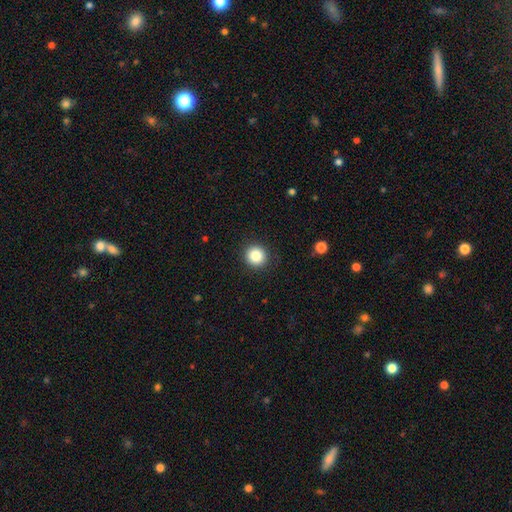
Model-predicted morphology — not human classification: smooth 85%, star or artifact 10%, featured or disk 5%. Down the decision tree: how rounded — round (94%); merging — none (92%).